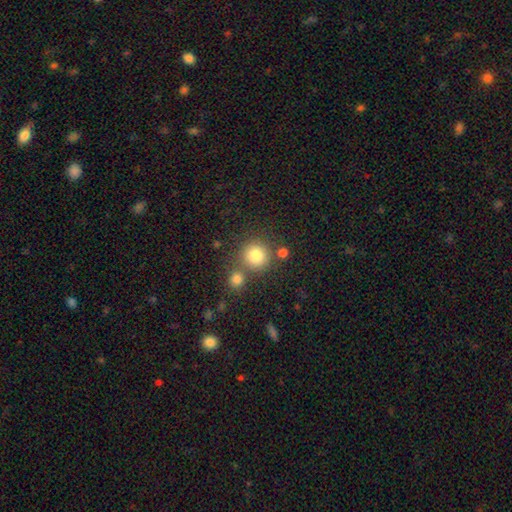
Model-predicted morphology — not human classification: A smooth galaxy with no disk features (82%) that is round (92%). Merging: none (70%).